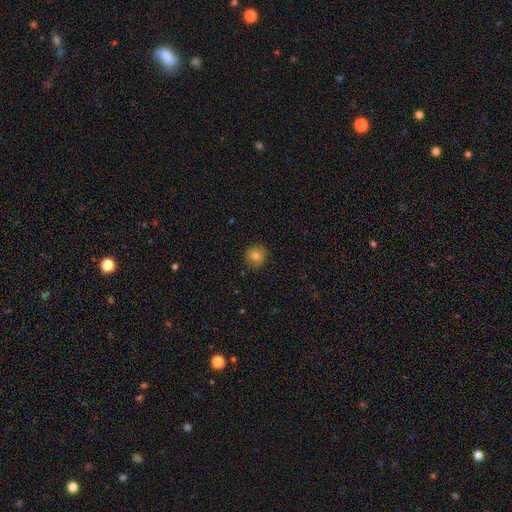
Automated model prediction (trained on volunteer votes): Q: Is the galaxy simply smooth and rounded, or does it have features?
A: smooth — 79%.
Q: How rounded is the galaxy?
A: round — 88%.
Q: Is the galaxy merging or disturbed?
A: none — 86%.